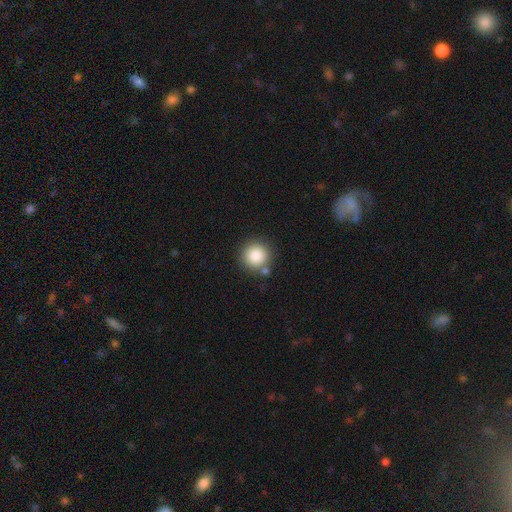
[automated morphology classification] Smooth or featured: smooth — 86% (star or artifact — 9%)
How rounded: round — 94% (in between — 5%)
Merging: none — 78% (merger — 10%)